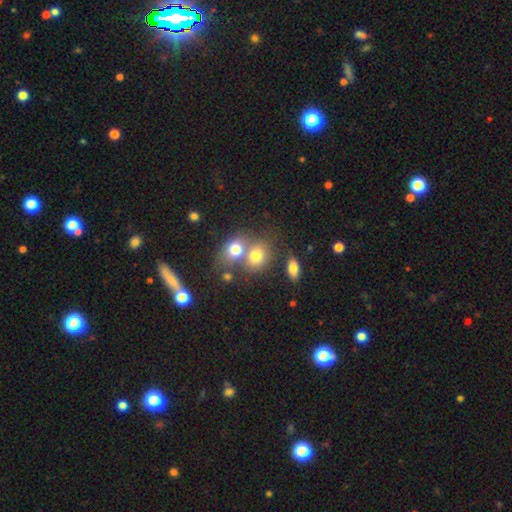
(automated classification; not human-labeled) Smooth or featured?
  - smooth: 75% *
  - featured or disk: 13%
  - star or artifact: 12%
How rounded?
  - round: 58% *
  - in between: 41%
  - cigar-shaped: 1%
Merging?
  - merger: 51% *
  - none: 35%
  - minor disturbance: 9%
  - major disturbance: 5%